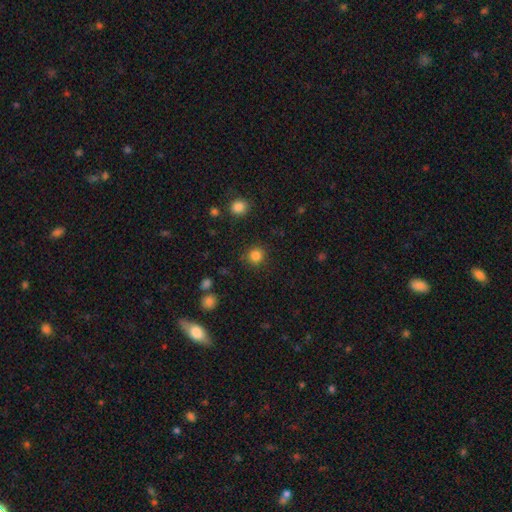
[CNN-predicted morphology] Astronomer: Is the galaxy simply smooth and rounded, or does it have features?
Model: smooth — 84%.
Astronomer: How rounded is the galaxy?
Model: round — 92%.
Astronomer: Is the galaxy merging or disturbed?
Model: none — 89%.